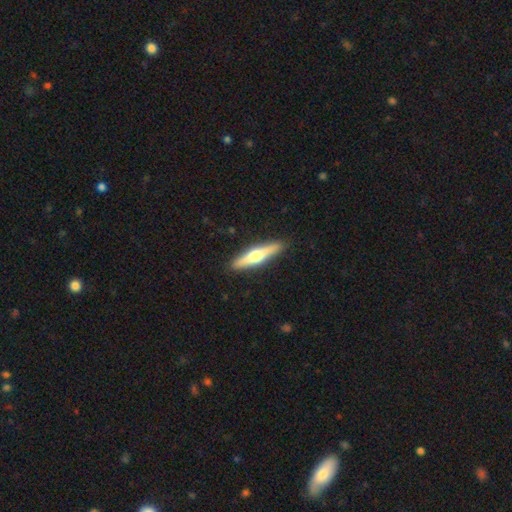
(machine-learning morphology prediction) featured or disk 56%, smooth 39%, star or artifact 5%. Down the decision tree: edge-on disk — yes (96%); edge-on bulge — rounded (93%); merging — none (91%).